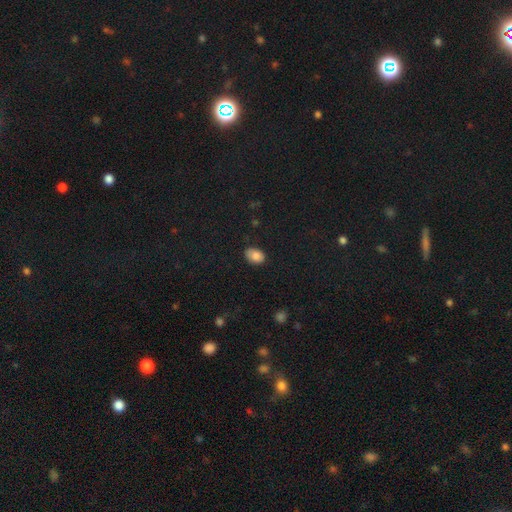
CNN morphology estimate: Smooth or featured?
  - smooth: 84% *
  - star or artifact: 9%
  - featured or disk: 7%
How rounded?
  - in between: 79% *
  - round: 20%
  - cigar-shaped: 1%
Merging?
  - none: 74% *
  - minor disturbance: 21%
  - major disturbance: 4%
  - merger: 1%